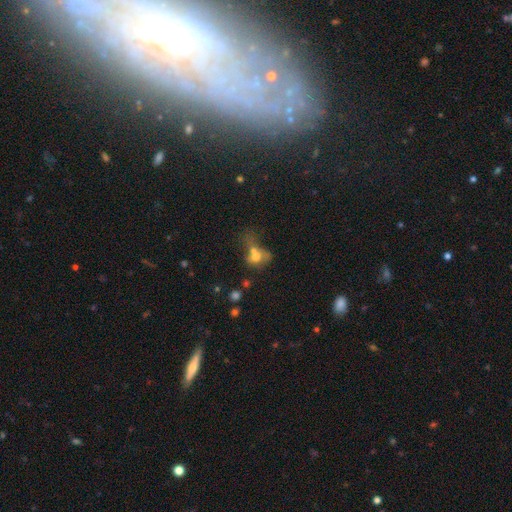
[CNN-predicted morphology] Smooth or featured? smooth (62%)
How rounded? in between (54%)
Merging? merger (57%)